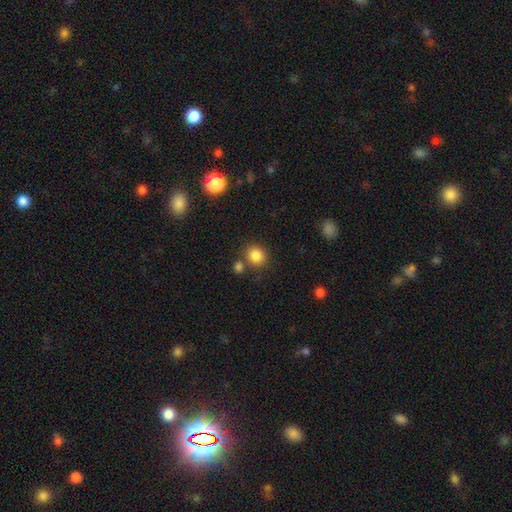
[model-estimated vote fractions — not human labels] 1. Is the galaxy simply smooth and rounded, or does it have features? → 84% smooth, 11% star or artifact, 5% featured or disk.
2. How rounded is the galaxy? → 84% round, 15% in between, 1% cigar-shaped.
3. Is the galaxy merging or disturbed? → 74% none, 13% merger, 9% minor disturbance, 3% major disturbance.